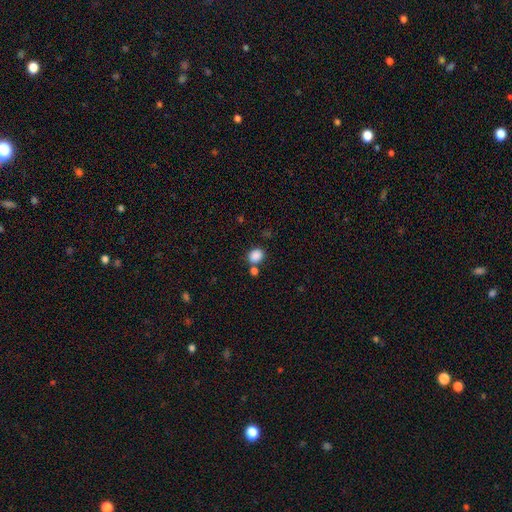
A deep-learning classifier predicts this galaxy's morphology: Q: Smooth or featured?
A: smooth (86%); runner-up: star or artifact (10%)
Q: How rounded?
A: round (63%); runner-up: in between (36%)
Q: Merging?
A: none (69%); runner-up: merger (16%)